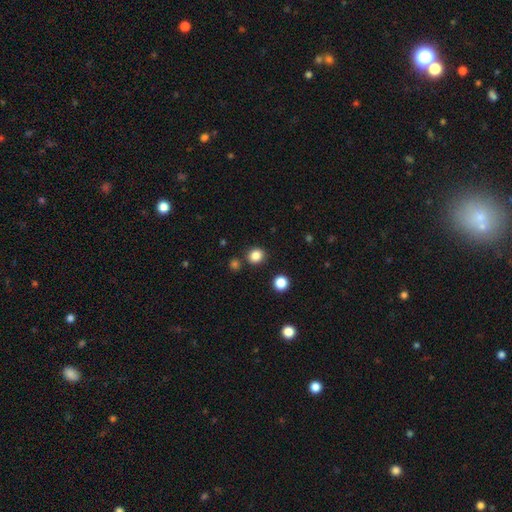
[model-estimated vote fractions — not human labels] The model was most divided on "how rounded": round: 77%, in between: 22%, cigar-shaped: 1%. More confident: smooth or featured — smooth (84%); merging — none (84%).